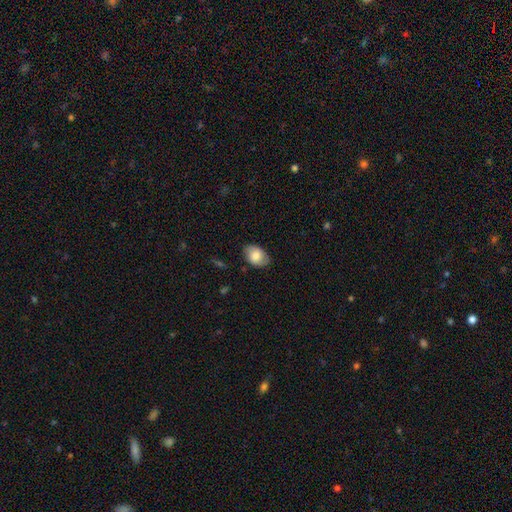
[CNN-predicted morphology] Smooth or featured? smooth (79%)
How rounded? in between (83%)
Merging? none (79%)